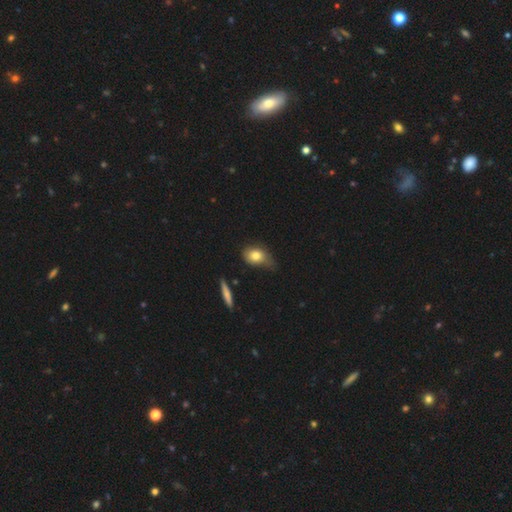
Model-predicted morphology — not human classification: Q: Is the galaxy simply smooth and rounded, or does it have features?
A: smooth — 78%.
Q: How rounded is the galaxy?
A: in between — 72%.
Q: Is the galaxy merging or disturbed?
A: none — 42%.